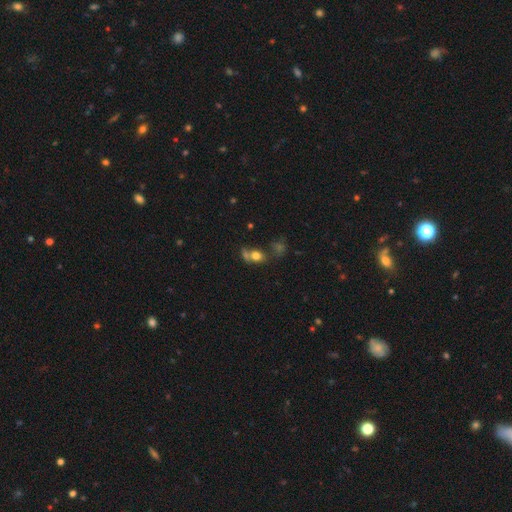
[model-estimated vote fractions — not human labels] Morphology: type=smooth (70%); roundness=round (57%); merging=merger (42%).